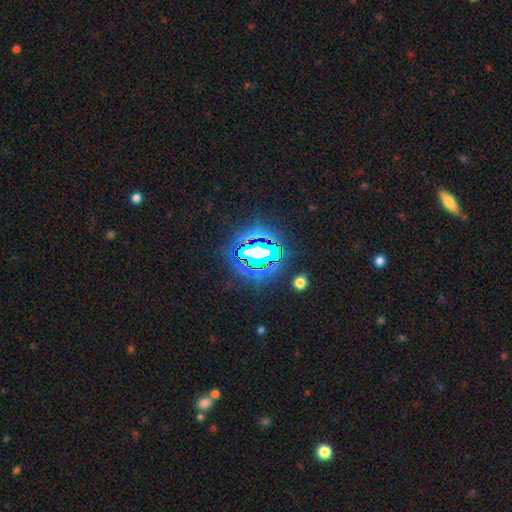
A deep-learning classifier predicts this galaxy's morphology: Smooth or featured: star or artifact — 80% (smooth — 10%)